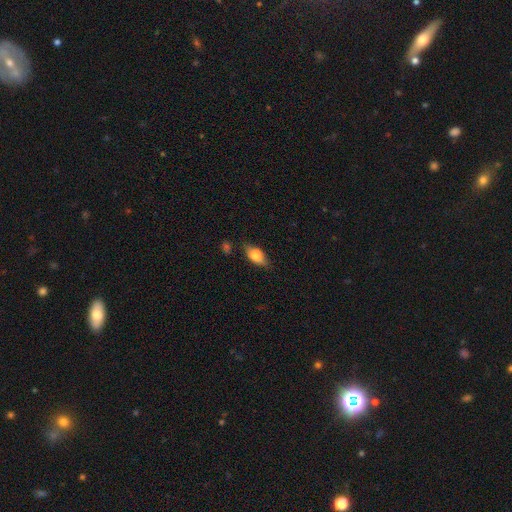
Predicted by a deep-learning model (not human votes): The model was most divided on "merging": none: 72%, minor disturbance: 20%, major disturbance: 4%, merger: 4%. More confident: how rounded — in between (86%); smooth or featured — smooth (75%).